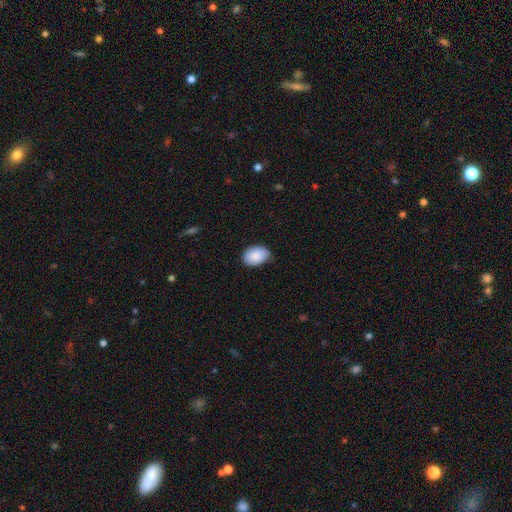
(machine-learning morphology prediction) Q: Smooth or featured?
A: smooth (89%); runner-up: star or artifact (6%)
Q: How rounded?
A: in between (84%); runner-up: round (15%)
Q: Merging?
A: none (72%); runner-up: minor disturbance (24%)